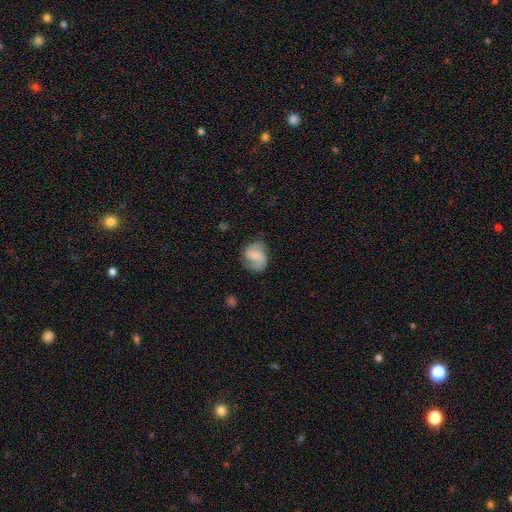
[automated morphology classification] smooth-or-featured: featured or disk: 55% | smooth: 38% | star or artifact: 7%
  disk-edge-on: no: 98% | yes: 2%
    bar: weak: 46% | no: 39% | strong: 14%
    has-spiral-arms: yes: 88% | no: 12%
    bulge-size: small: 46% | none: 26% | moderate: 24% | large: 3% | dominant: 1%
  merging: none: 61% | minor disturbance: 25% | major disturbance: 13% | merger: 2%